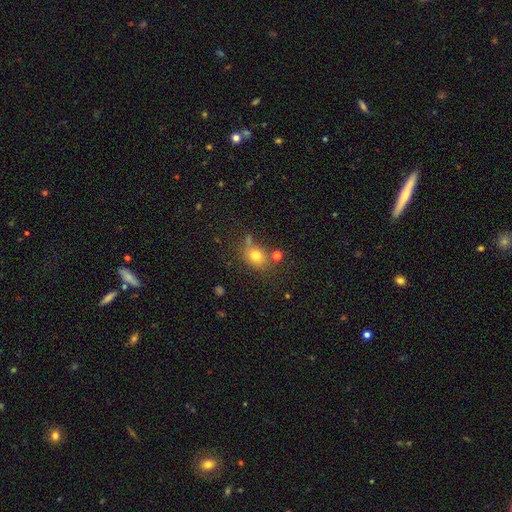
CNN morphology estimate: A smooth galaxy with no disk features (75%) that is round (52%). Merging: none (65%).